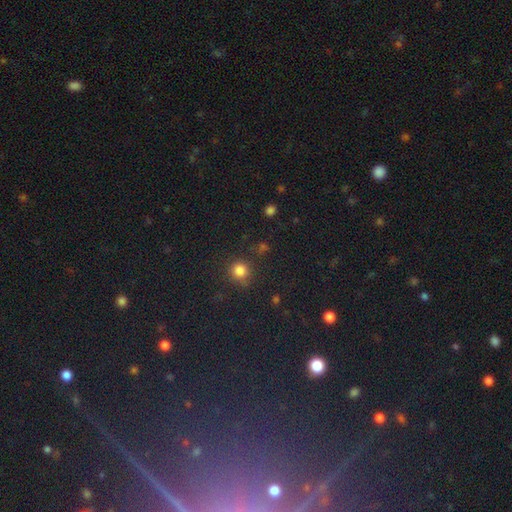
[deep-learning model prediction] Smooth or featured?
  - star or artifact: 56% *
  - smooth: 37%
  - featured or disk: 7%